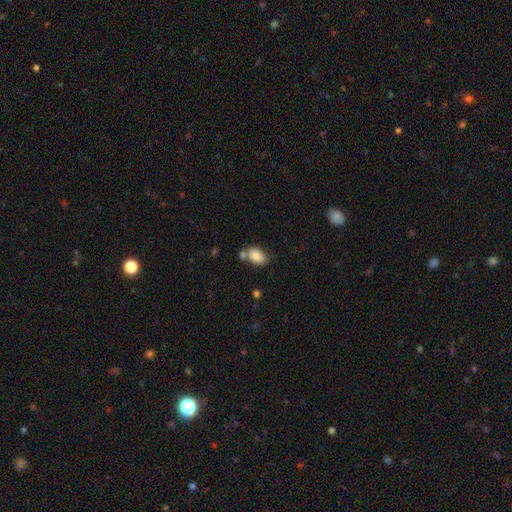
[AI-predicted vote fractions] Q: Smooth or featured?
A: smooth (84%); runner-up: featured or disk (8%)
Q: How rounded?
A: in between (88%); runner-up: round (11%)
Q: Merging?
A: none (53%); runner-up: merger (26%)